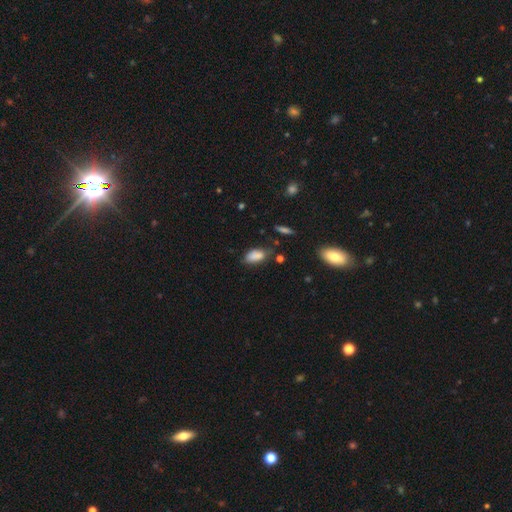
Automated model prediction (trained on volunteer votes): Q: Smooth or featured?
A: smooth (84%); runner-up: star or artifact (9%)
Q: How rounded?
A: in between (90%); runner-up: cigar-shaped (6%)
Q: Merging?
A: none (57%); runner-up: minor disturbance (30%)